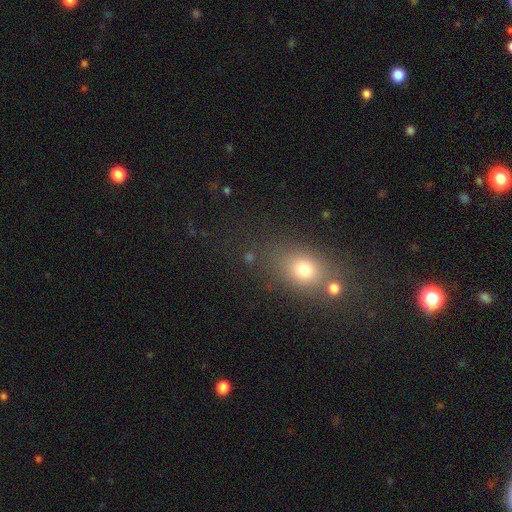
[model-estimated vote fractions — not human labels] A smooth galaxy with no disk features (58%) that is round (49%). Merging: none (71%).